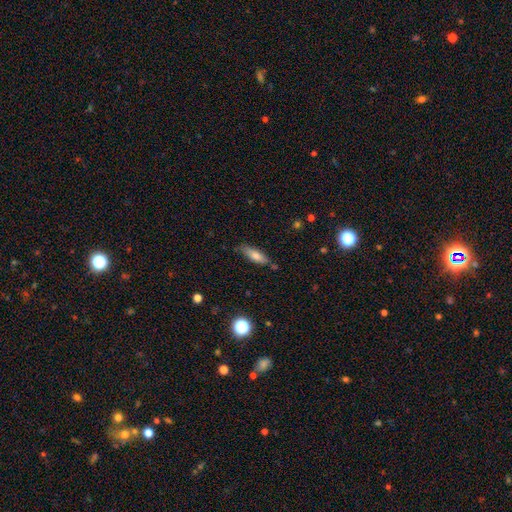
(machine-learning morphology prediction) Smooth or featured: smooth — 73% (featured or disk — 20%)
How rounded: in between — 51% (cigar-shaped — 47%)
Merging: none — 74% (minor disturbance — 19%)